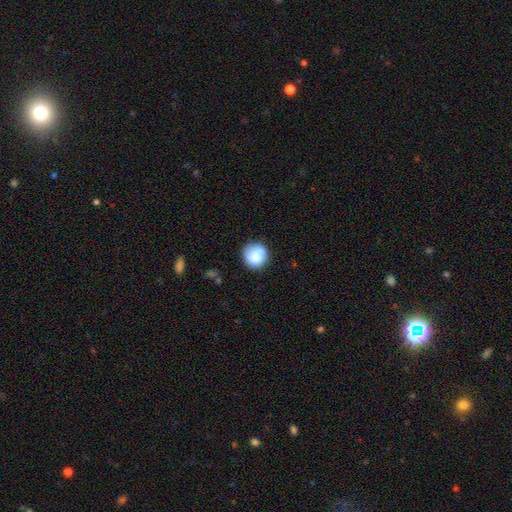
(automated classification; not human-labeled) smooth_or_featured: smooth (p=0.81) [alt: featured or disk p=0.12]
how_rounded: round (p=0.91) [alt: in between p=0.08]
merging: none (p=0.77) [alt: minor disturbance p=0.16]